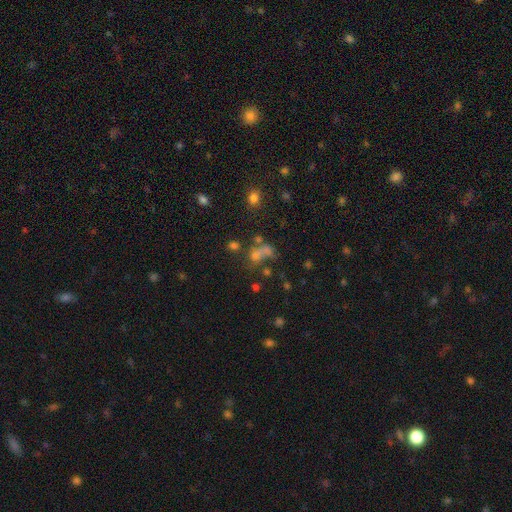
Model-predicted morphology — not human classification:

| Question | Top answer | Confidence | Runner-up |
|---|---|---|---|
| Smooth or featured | smooth | 48% | star or artifact (33%) |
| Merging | none | 37% | merger (36%) |